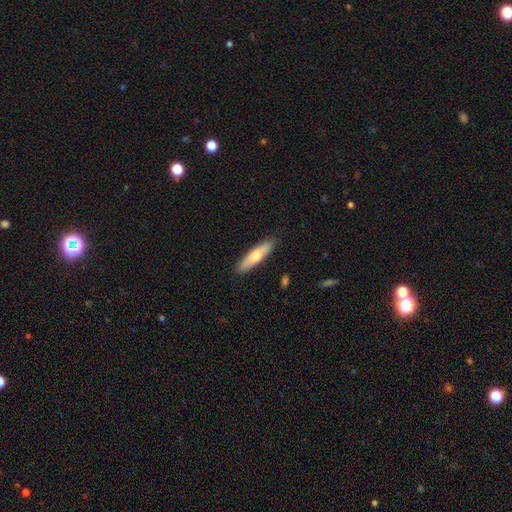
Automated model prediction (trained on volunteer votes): Q: Smooth or featured?
A: smooth (65%); runner-up: featured or disk (29%)
Q: How rounded?
A: cigar-shaped (75%); runner-up: in between (24%)
Q: Merging?
A: none (88%); runner-up: minor disturbance (9%)